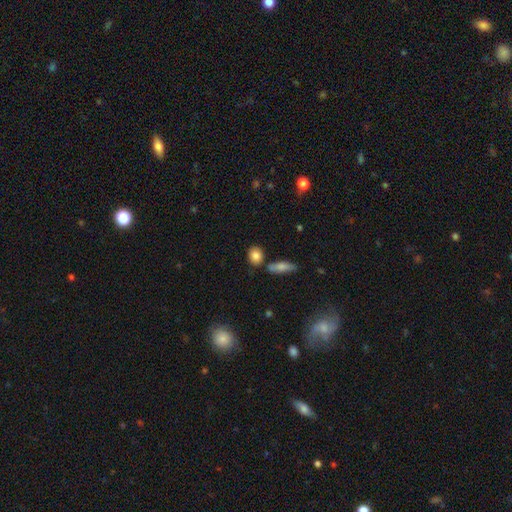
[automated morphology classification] A smooth galaxy with no disk features (84%) that is round (54%). Merging: none (74%).